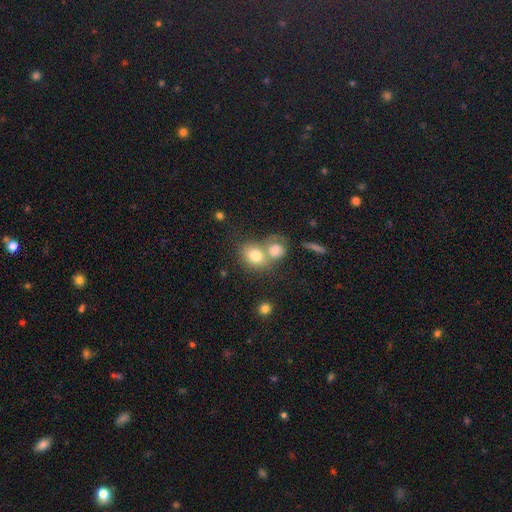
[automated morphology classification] Smooth or featured: smooth — 76% (featured or disk — 14%)
How rounded: in between — 52% (round — 47%)
Merging: merger — 53% (none — 33%)